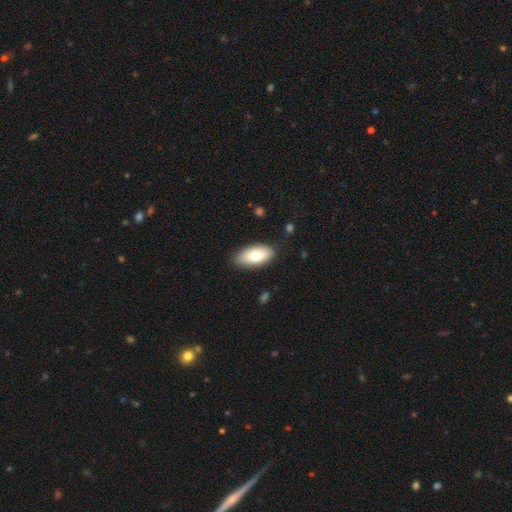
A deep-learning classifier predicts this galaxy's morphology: smooth-or-featured: smooth: 75% | featured or disk: 19% | star or artifact: 6%
  how-rounded: in between: 93% | cigar-shaped: 5% | round: 3%
  merging: none: 85% | minor disturbance: 12% | major disturbance: 3% | merger: 1%